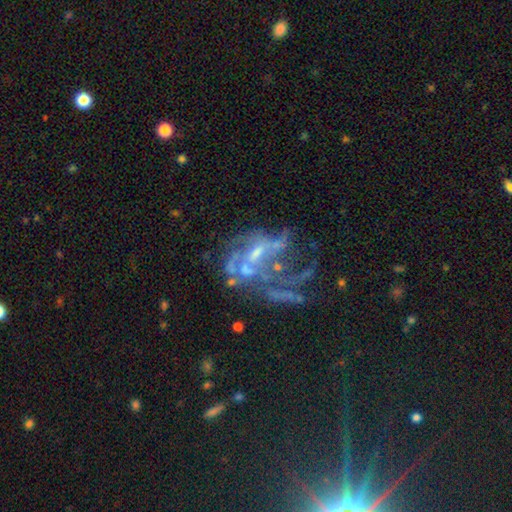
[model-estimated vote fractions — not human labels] The model was most divided on "bulge size": small: 40%, moderate: 32%, none: 24%, large: 3%, dominant: 1%. Remaining: edge-on disk — no (97%); smooth or featured — featured or disk (75%); spiral arms — yes (56%); bar — no (54%); merging — major disturbance (44%).